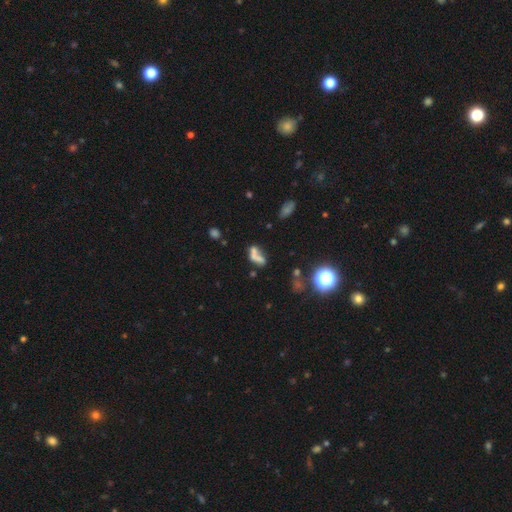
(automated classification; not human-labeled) A smooth galaxy with no disk features (53%) that is in between round and cigar-shaped (69%).

Vote fractions:
- Smooth or featured? smooth: 53% / featured or disk: 29% / star or artifact: 18%
- How rounded? in between: 69% / round: 18% / cigar-shaped: 12%
- Merging? merger: 52% / none: 24% / major disturbance: 13% / minor disturbance: 11%